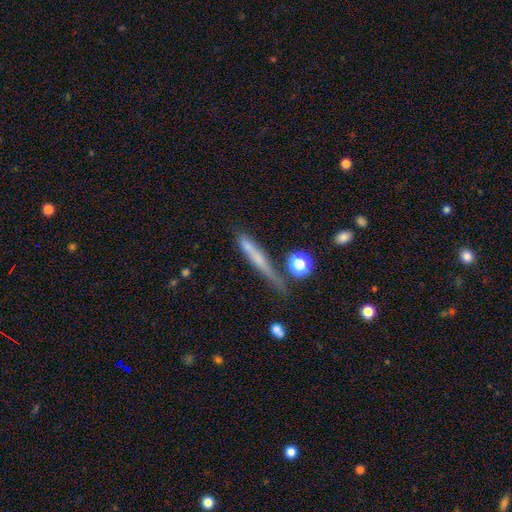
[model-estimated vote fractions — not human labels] Smooth or featured?
  - smooth: 55% *
  - featured or disk: 35%
  - star or artifact: 10%
How rounded?
  - cigar-shaped: 91% *
  - in between: 5%
  - round: 3%
Merging?
  - none: 60% *
  - minor disturbance: 24%
  - major disturbance: 10%
  - merger: 7%